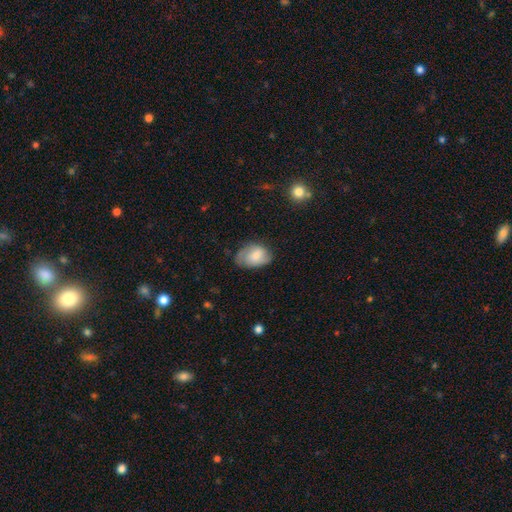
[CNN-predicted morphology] Smooth or featured?
  - smooth: 66% *
  - featured or disk: 27%
  - star or artifact: 7%
How rounded?
  - in between: 82% *
  - round: 17%
  - cigar-shaped: 1%
Merging?
  - none: 58% *
  - minor disturbance: 31%
  - major disturbance: 10%
  - merger: 1%